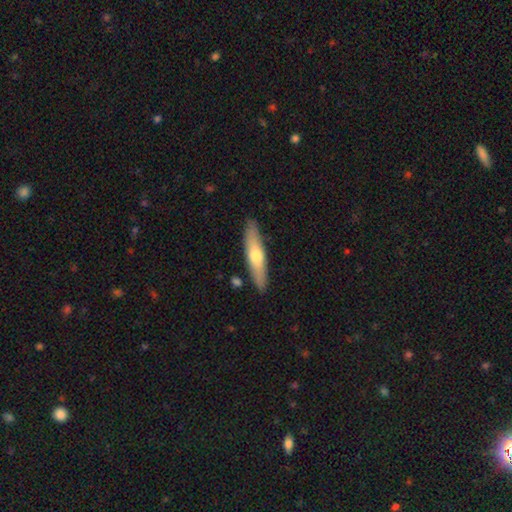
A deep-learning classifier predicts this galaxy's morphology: Smooth or featured? smooth (52%)
How rounded? cigar-shaped (79%)
Merging? none (87%)